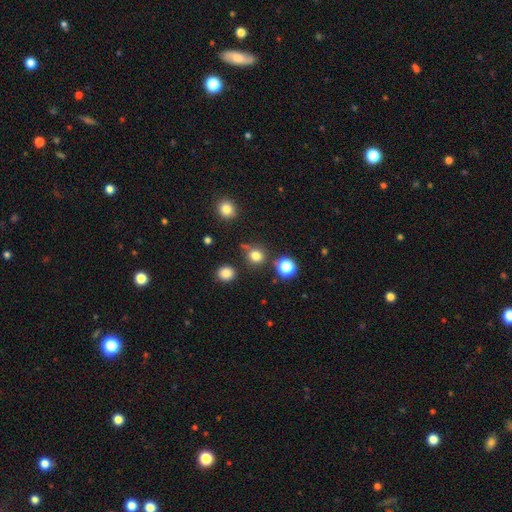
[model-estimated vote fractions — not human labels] smooth 77%, star or artifact 18%, featured or disk 5%. Down the decision tree: how rounded — round (86%); merging — none (77%).